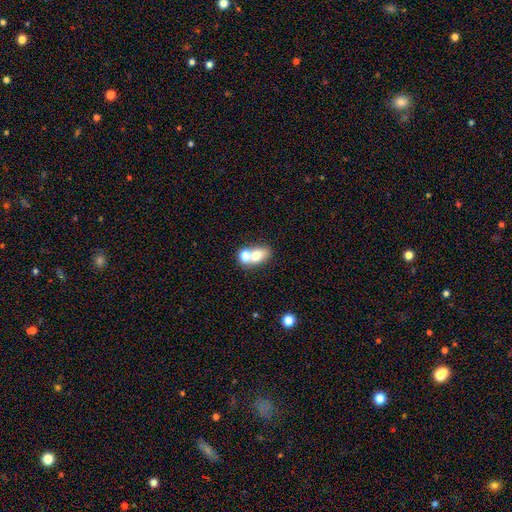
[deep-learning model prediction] Smooth or featured? Predicted: smooth (p=0.69). How rounded? Predicted: in between (p=0.66). Merging? Predicted: merger (p=0.58).